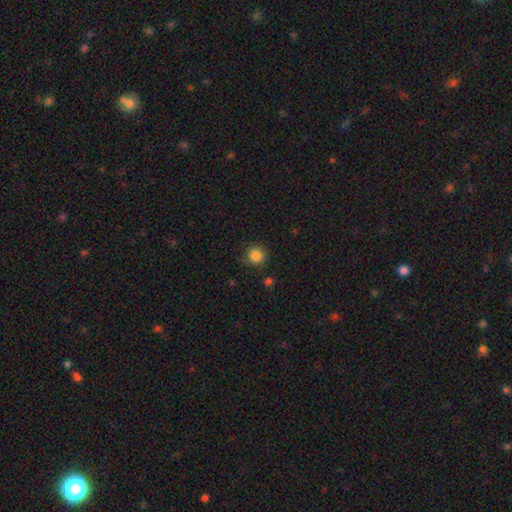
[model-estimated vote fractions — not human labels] Smooth or featured: smooth — 85% (star or artifact — 11%)
How rounded: round — 94% (in between — 5%)
Merging: none — 85% (minor disturbance — 10%)